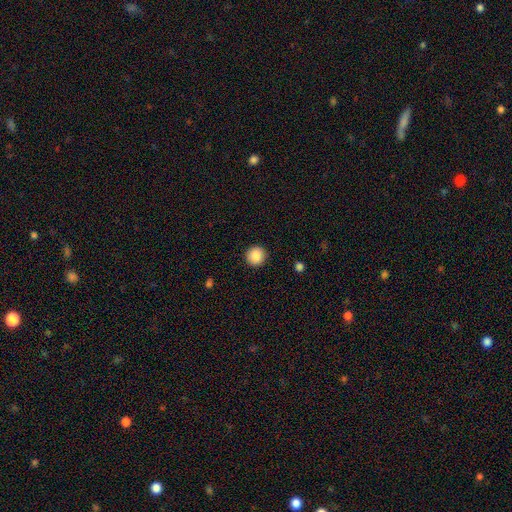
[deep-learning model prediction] Smooth or featured? Predicted: smooth (p=0.89). How rounded? Predicted: round (p=0.94). Merging? Predicted: none (p=0.92).